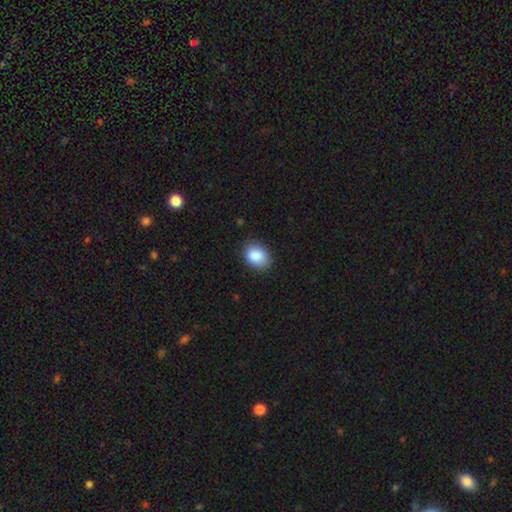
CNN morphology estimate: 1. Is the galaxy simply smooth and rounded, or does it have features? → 88% smooth, 8% star or artifact, 4% featured or disk.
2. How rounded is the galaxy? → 69% in between, 30% round, 1% cigar-shaped.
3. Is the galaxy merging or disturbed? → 82% none, 14% minor disturbance, 3% major disturbance, 1% merger.